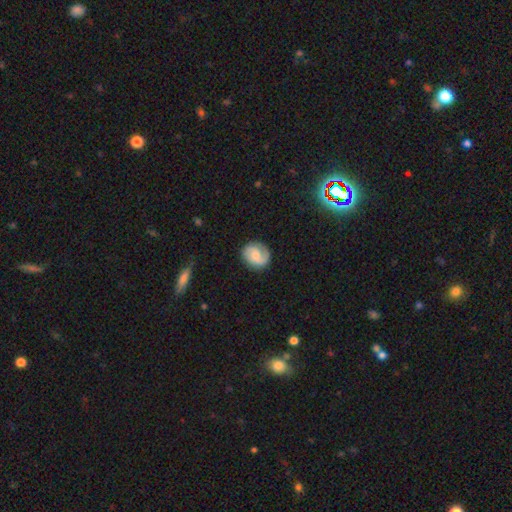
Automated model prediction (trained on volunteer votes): Overall: featured or disk (66%; smooth 28%). Edge-on disk: no (98%). Bar: no (55%; weak 38%). Spiral arms: yes (94%). Spiral arm count: 2 (74%). Spiral winding: medium (43%; tight 39%). Bulge size: moderate (42%; small 39%). Merging: none (80%).